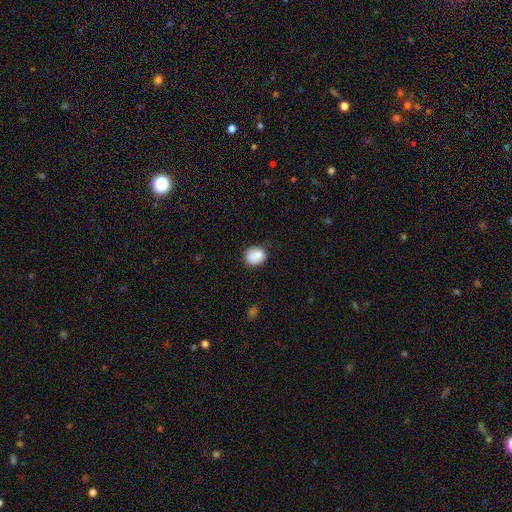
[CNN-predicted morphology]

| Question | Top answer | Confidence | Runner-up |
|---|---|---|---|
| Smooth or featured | smooth | 86% | star or artifact (8%) |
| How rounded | round | 65% | in between (34%) |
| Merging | none | 72% | minor disturbance (21%) |